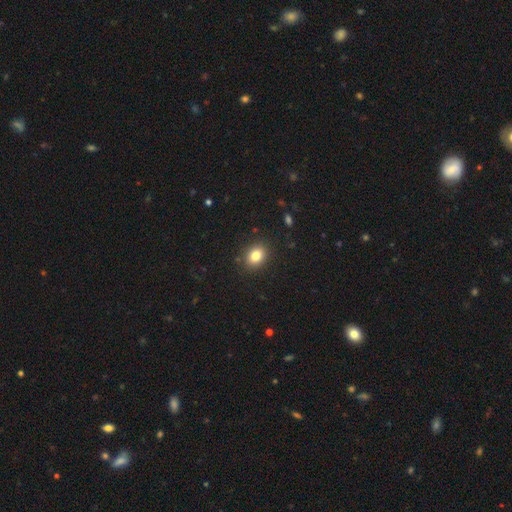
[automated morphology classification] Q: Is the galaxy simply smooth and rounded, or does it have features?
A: smooth — 82%.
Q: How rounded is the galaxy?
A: in between — 60%.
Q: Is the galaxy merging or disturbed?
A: none — 88%.